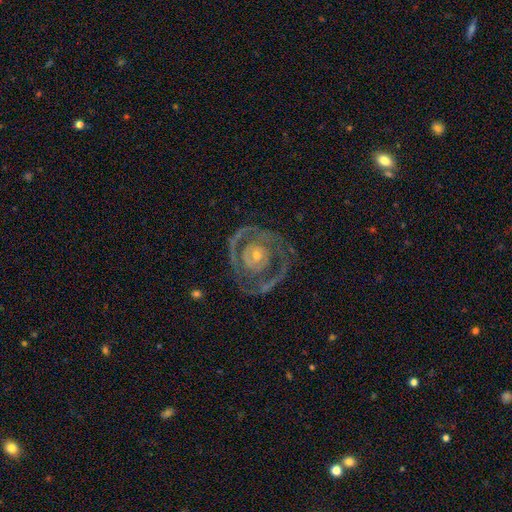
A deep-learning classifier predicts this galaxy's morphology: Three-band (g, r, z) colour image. It shows a featured or disk galaxy (83%) with no bar (76%), 2 (41%) tight (64%) spiral arms (74%) and a small central bulge (59%). Merging: none (66%).